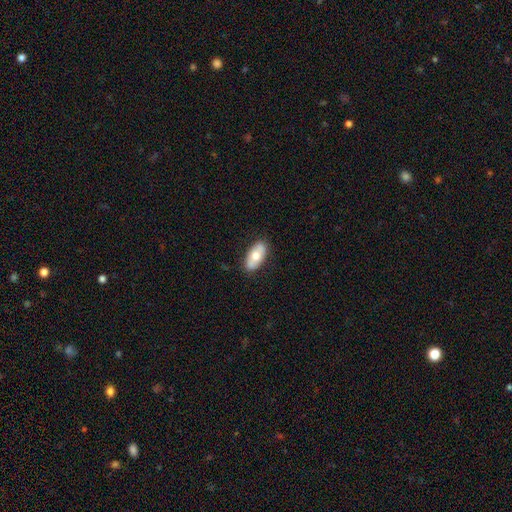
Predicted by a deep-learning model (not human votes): Q: Smooth or featured?
A: smooth (65%); runner-up: featured or disk (29%)
Q: How rounded?
A: in between (91%); runner-up: cigar-shaped (6%)
Q: Merging?
A: none (85%); runner-up: minor disturbance (11%)